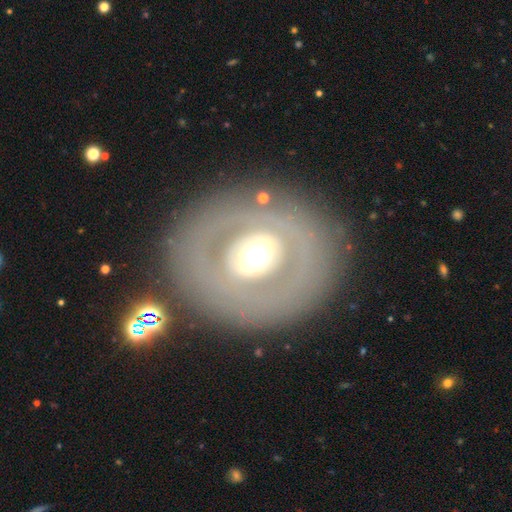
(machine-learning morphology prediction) Overall: featured or disk (61%; smooth 32%). Edge-on disk: no (93%). Bar: no (61%; weak 22%). Spiral arms: no (86%). Bulge size: moderate (55%; large 33%). Merging: none (81%).